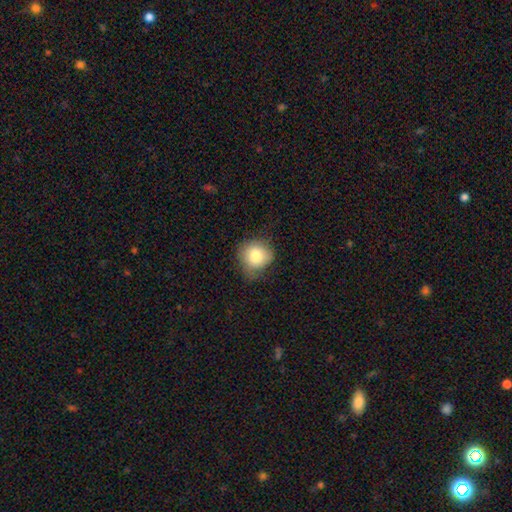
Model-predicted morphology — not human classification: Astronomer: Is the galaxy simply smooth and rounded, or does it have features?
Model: smooth — 80%.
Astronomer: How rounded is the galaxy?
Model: round — 80%.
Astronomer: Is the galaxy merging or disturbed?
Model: none — 55% (runner-up: minor disturbance, 34%).